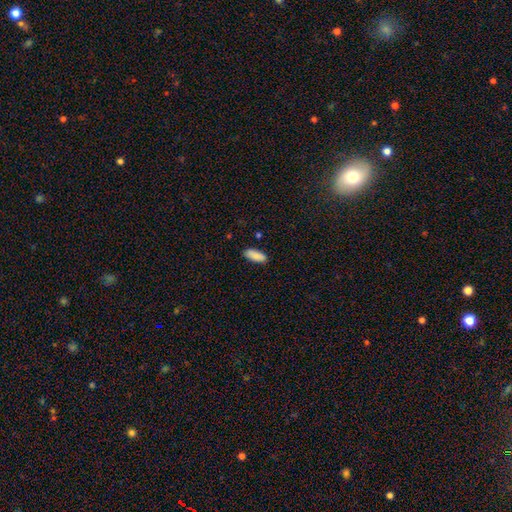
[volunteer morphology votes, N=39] A smooth galaxy with no disk features (90%) that is in between round and cigar-shaped (89%).

Vote fractions:
- Smooth or featured? smooth: 90% / featured or disk: 8% / star or artifact: 3%
- How rounded? in between: 89% / cigar-shaped: 11% / round: 0%
- Merging? none: 87% / minor disturbance: 8% / major disturbance: 3% / merger: 3%